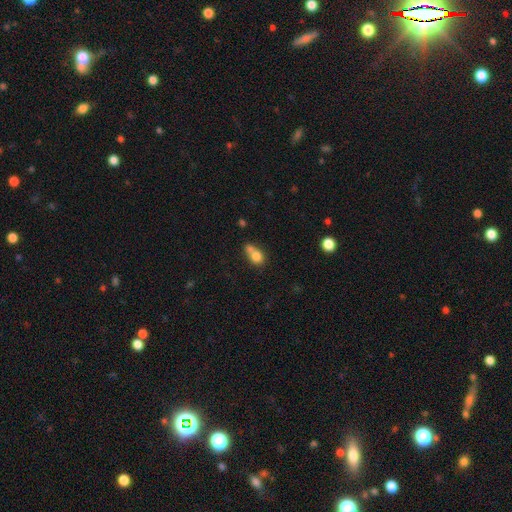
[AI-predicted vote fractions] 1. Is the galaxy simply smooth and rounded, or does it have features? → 77% smooth, 13% featured or disk, 10% star or artifact.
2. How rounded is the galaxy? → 57% round, 41% in between, 2% cigar-shaped.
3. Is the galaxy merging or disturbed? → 56% merger, 29% none, 10% minor disturbance, 5% major disturbance.